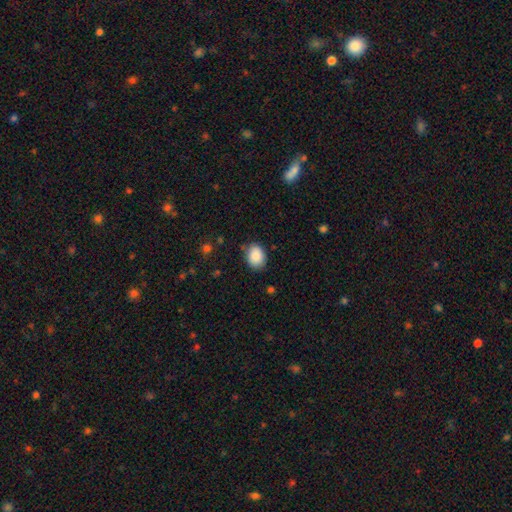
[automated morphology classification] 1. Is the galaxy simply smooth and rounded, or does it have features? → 88% smooth, 7% star or artifact, 4% featured or disk.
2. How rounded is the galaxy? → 66% in between, 33% round, 1% cigar-shaped.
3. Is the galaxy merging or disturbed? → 81% none, 14% minor disturbance, 3% major disturbance, 2% merger.